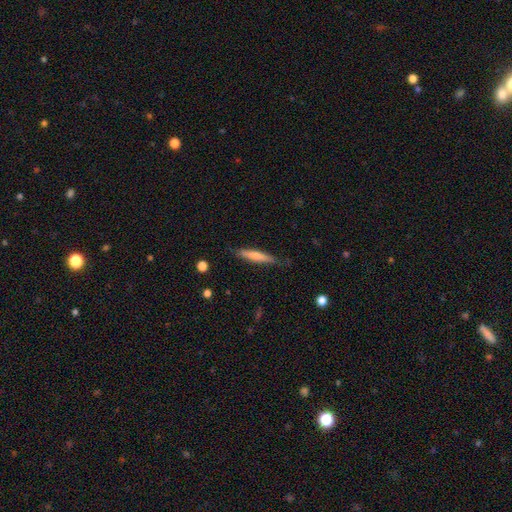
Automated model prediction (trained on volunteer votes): A smooth galaxy with no disk features (67%) that is cigar-shaped (90%). Merging: none (79%).